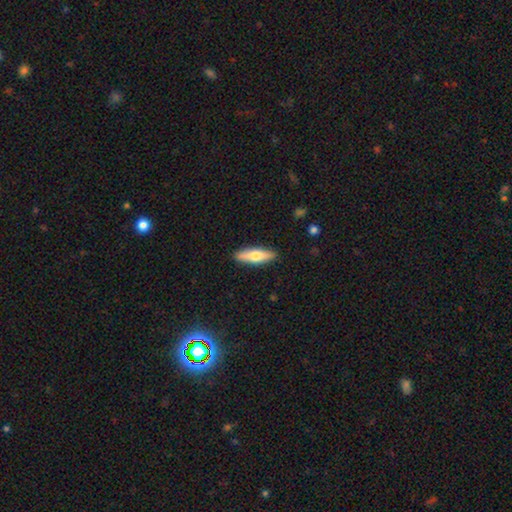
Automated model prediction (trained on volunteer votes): Smooth or featured? Predicted: smooth (p=0.60). How rounded? Predicted: cigar-shaped (p=0.61). Merging? Predicted: none (p=0.89).